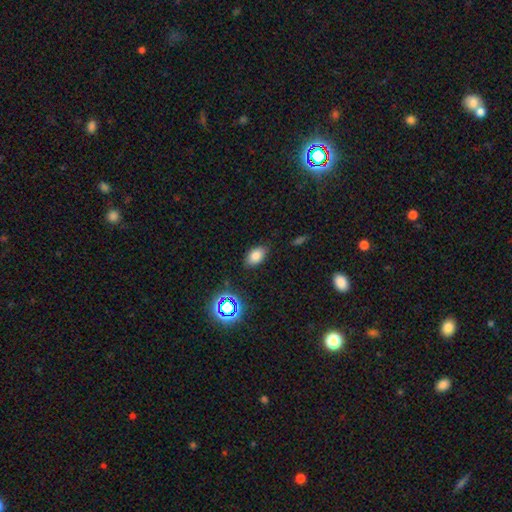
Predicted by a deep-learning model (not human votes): This appears to be a smooth galaxy with no disk features (78%) that is in between round and cigar-shaped (88%). Merging: none (82%).